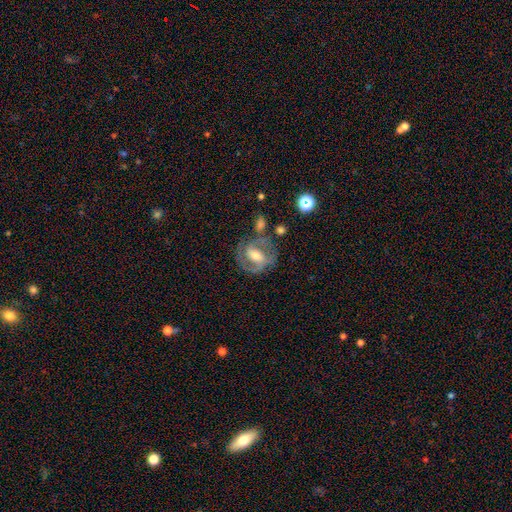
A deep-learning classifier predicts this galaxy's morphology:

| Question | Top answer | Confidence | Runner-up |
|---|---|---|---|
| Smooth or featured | featured or disk | 78% | smooth (15%) |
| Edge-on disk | no | 96% | yes (4%) |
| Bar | strong | 41% | weak (40%) |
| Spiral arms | yes | 86% | no (14%) |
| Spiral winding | medium | 49% | tight (37%) |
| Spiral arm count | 2 | 79% | can't tell (10%) |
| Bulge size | moderate | 63% | small (26%) |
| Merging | none | 63% | minor disturbance (18%) |